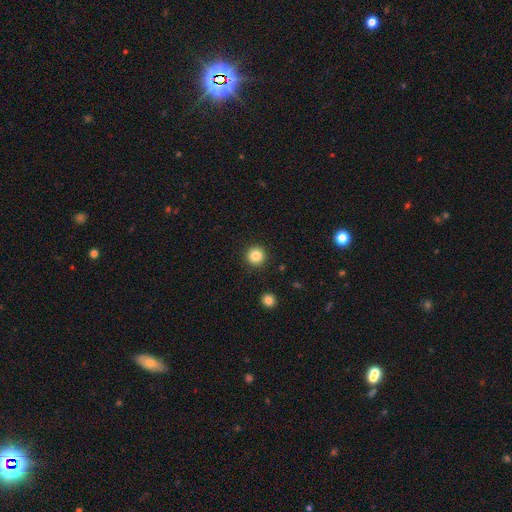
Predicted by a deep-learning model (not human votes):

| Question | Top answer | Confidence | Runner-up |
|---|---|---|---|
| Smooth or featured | smooth | 85% | star or artifact (11%) |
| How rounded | round | 95% | in between (4%) |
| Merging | none | 92% | minor disturbance (5%) |